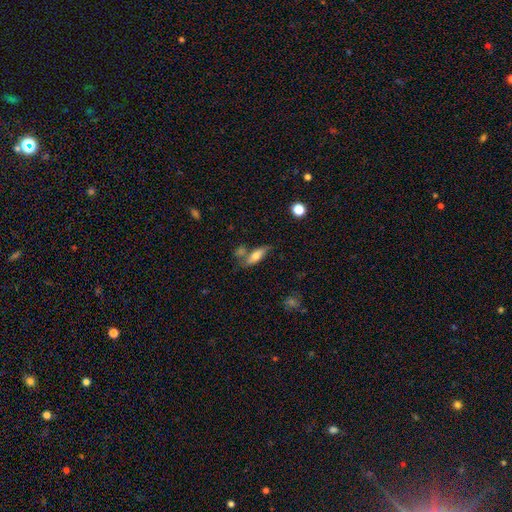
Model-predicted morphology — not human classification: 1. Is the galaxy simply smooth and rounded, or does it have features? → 65% smooth, 27% featured or disk, 8% star or artifact.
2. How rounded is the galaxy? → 62% in between, 34% cigar-shaped, 3% round.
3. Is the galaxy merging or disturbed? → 49% none, 22% merger, 20% minor disturbance, 9% major disturbance.